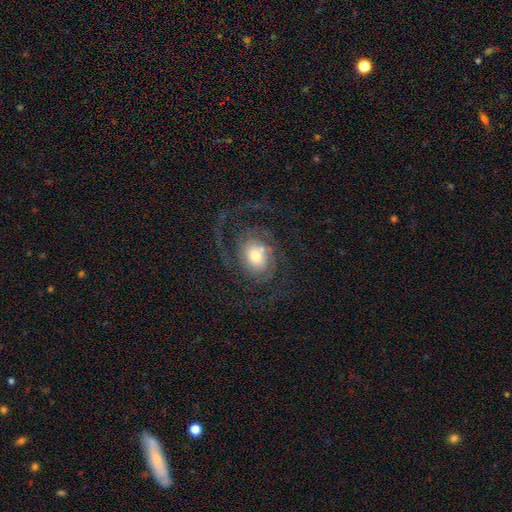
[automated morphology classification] Smooth or featured? Predicted: featured or disk (p=0.81). Edge-on disk? Predicted: no (p=0.97). Bar? Predicted: no (p=0.69). Spiral arms? Predicted: yes (p=0.95). Spiral winding? Predicted: medium (p=0.44). Spiral arm count? Predicted: 2 (p=0.60). Bulge size? Predicted: moderate (p=0.52). Merging? Predicted: none (p=0.64).